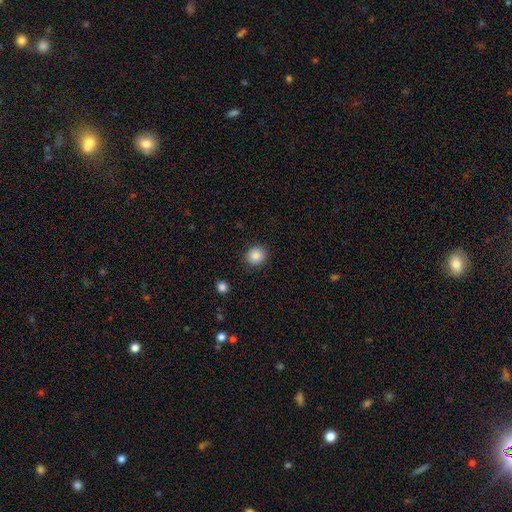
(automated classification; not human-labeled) Smooth or featured: smooth — 86% (star or artifact — 9%)
How rounded: round — 86% (in between — 13%)
Merging: none — 90% (minor disturbance — 7%)